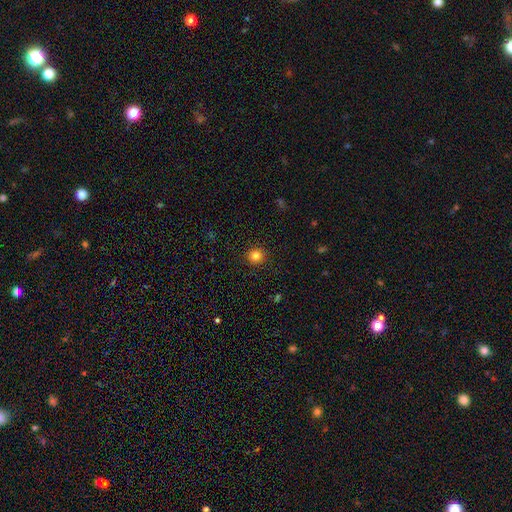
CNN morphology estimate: Smooth or featured? smooth (82%)
How rounded? round (93%)
Merging? none (91%)